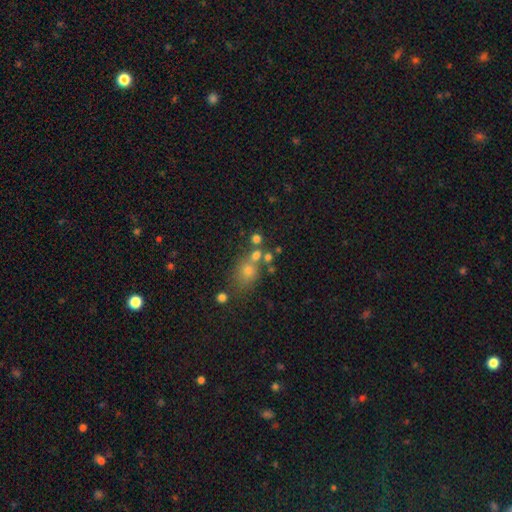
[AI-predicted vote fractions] smooth-or-featured: smooth: 42% | star or artifact: 41% | featured or disk: 17%
  merging: none: 52% | merger: 28% | minor disturbance: 11% | major disturbance: 8%